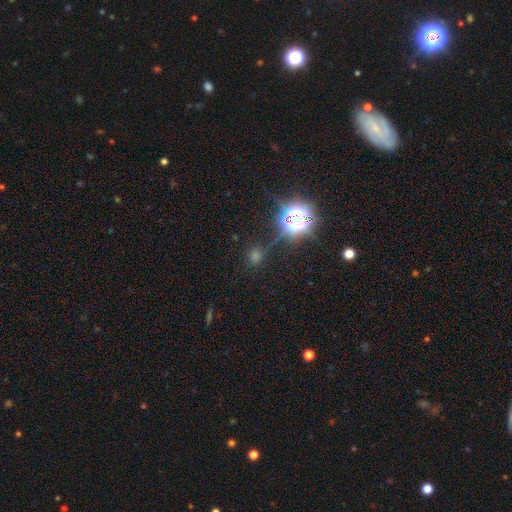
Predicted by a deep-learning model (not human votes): The model was most divided on "smooth or featured": star or artifact: 55%, smooth: 37%, featured or disk: 8%.